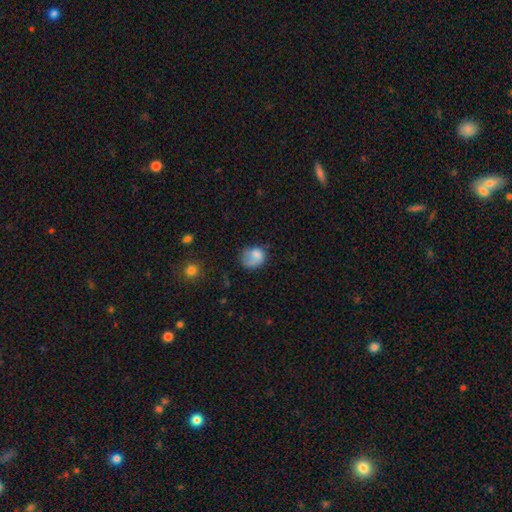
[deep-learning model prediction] Overall: smooth (71%). How rounded: in between (50%; round 49%). Merging: none (39%; major disturbance 29%).